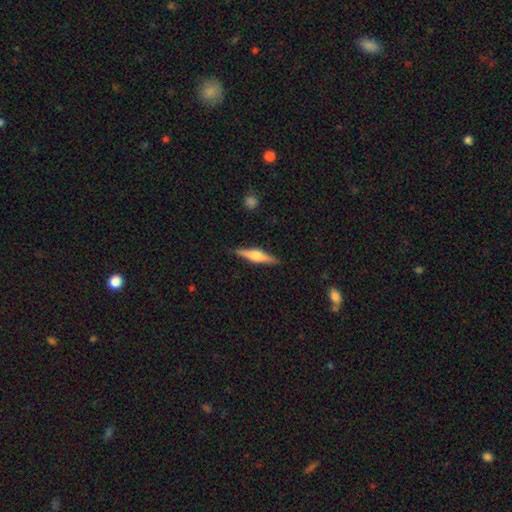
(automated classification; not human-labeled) featured or disk 63%, smooth 31%, star or artifact 6%. Down the decision tree: edge-on disk — yes (97%); edge-on bulge — rounded (91%); merging — none (90%).